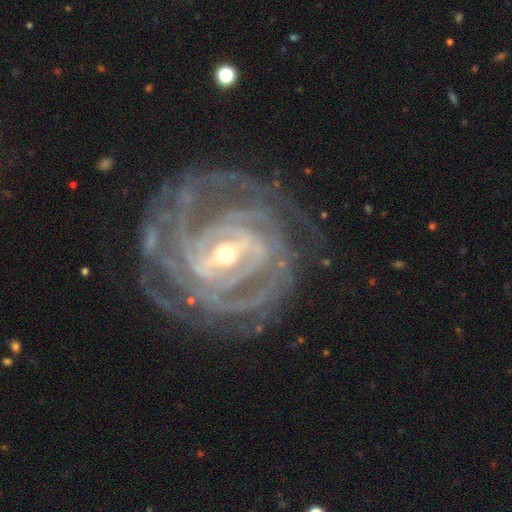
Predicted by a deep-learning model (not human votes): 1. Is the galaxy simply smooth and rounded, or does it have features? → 91% featured or disk, 5% star or artifact, 4% smooth.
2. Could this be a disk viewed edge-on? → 96% no, 4% yes.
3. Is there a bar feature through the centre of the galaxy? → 57% strong, 32% weak, 11% no.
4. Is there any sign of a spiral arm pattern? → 97% yes, 3% no.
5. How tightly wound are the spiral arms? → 73% tight, 22% medium, 4% loose.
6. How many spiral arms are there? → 25% 4, 22% can't tell, 19% 3, 15% 2, 13% more than 4, 6% 1.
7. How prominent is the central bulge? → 53% small, 43% moderate, 3% large, 1% none, 1% dominant.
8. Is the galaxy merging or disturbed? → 73% none, 16% minor disturbance, 10% major disturbance, 2% merger.